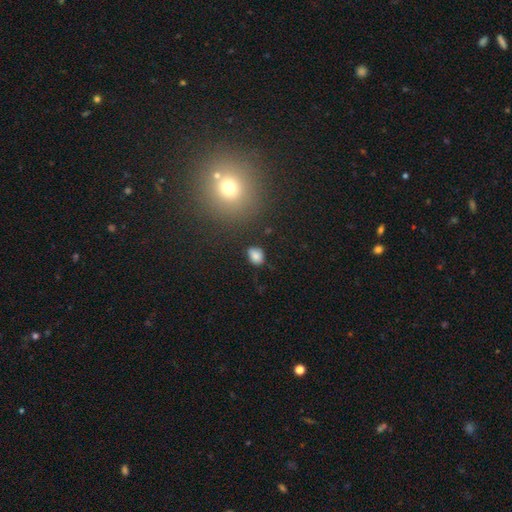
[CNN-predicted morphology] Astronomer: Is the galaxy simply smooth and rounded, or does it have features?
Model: smooth — 81%.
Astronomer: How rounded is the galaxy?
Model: in between — 57% (runner-up: round, 42%).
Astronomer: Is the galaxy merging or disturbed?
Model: none — 70%.